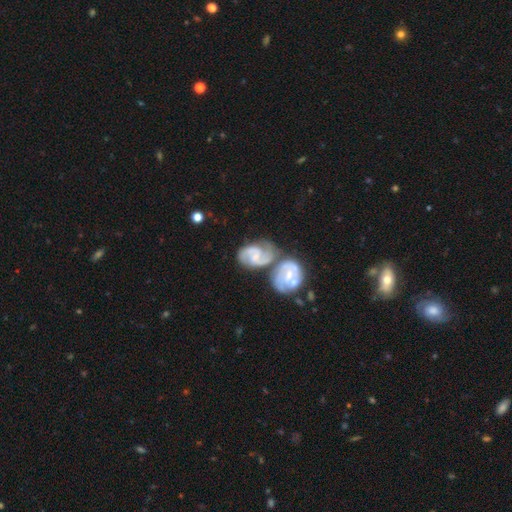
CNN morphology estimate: featured or disk 84%, smooth 11%, star or artifact 5%. Down the decision tree: edge-on disk — no (98%); bar — weak (48%); spiral arms — yes (96%); spiral arm count — 2 (86%); spiral winding — medium (54%); bulge size — small (53%); merging — merger (42%).